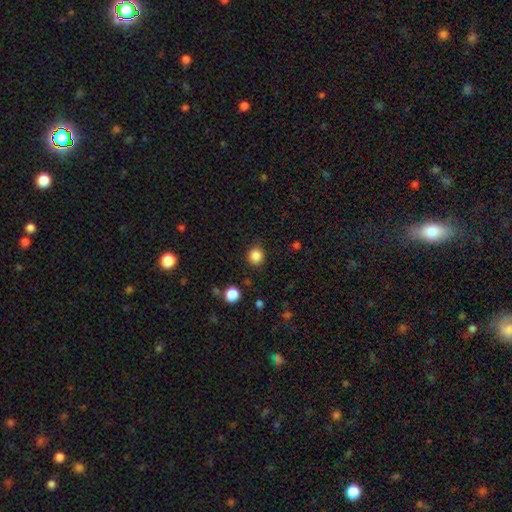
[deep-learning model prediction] This appears to be a smooth galaxy with no disk features (86%) that is round (89%). Merging: none (88%).